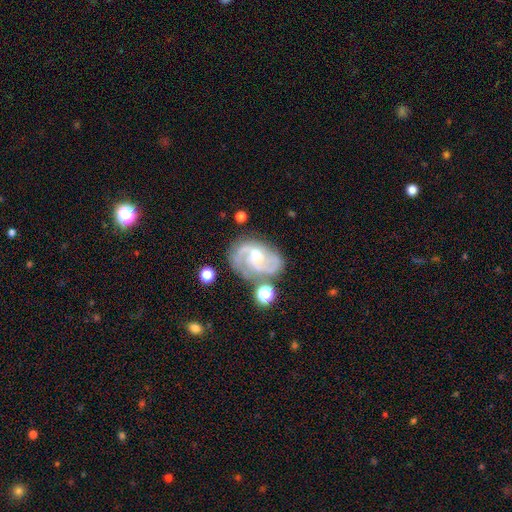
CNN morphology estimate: type=featured or disk (86%); edge-on=no (97%); bar=no (60%); spiral arms=yes (96%); winding=medium (46%); arm count=2 (58%); bulge=small (49%); merging=none (62%).